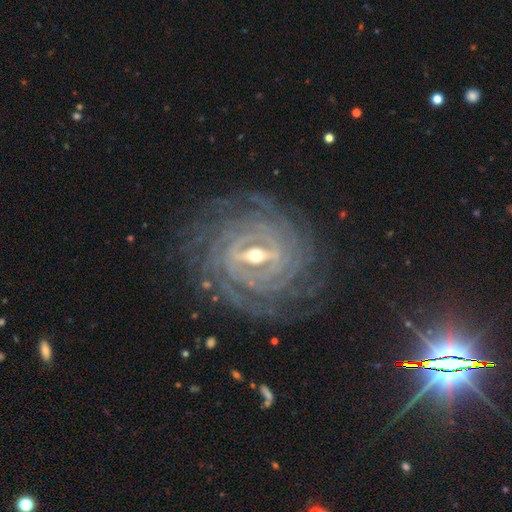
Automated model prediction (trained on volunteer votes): featured or disk 93%, star or artifact 4%, smooth 3%. Down the decision tree: edge-on disk — no (95%); bar — strong (67%); spiral arms — yes (98%); spiral arm count — more than 4 (33%); spiral winding — tight (86%); bulge size — moderate (55%); merging — none (81%).